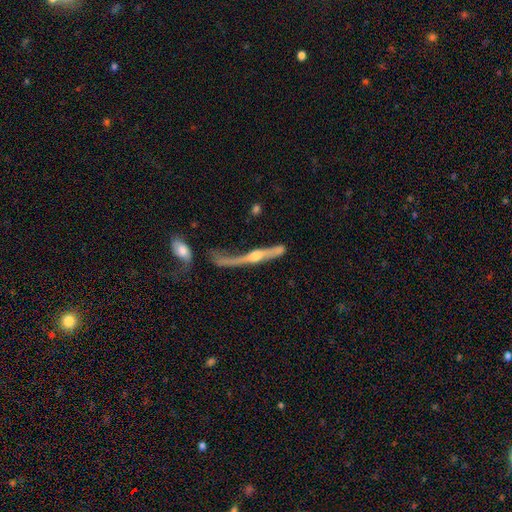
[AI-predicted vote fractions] Smooth or featured: featured or disk — 79% (smooth — 14%)
Edge-on disk: yes — 86% (no — 14%)
Edge-on bulge: rounded — 89% (none — 6%)
Merging: none — 37% (major disturbance — 22%)